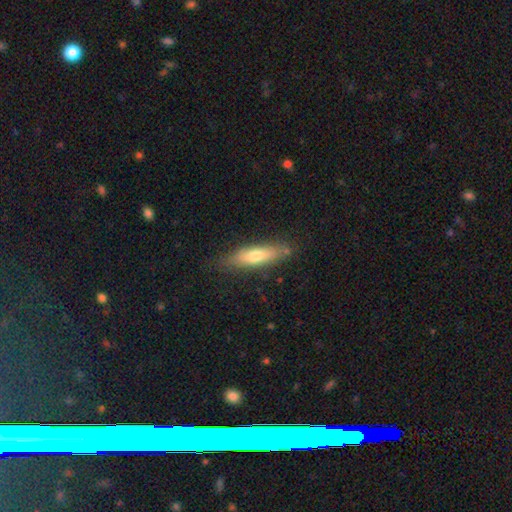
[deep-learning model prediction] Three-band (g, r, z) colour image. It shows a smooth galaxy with no disk features (61%) that is cigar-shaped (71%). Merging: none (81%).